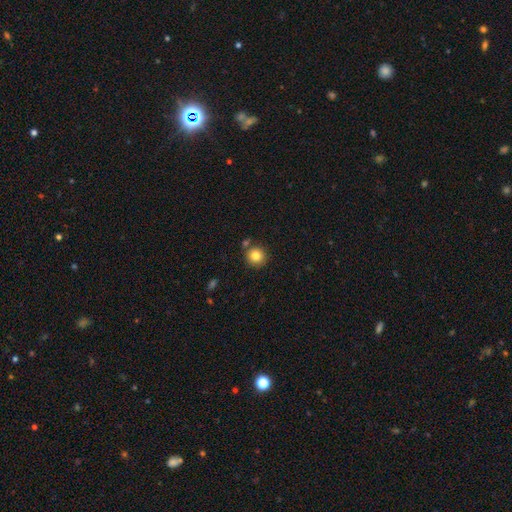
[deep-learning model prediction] A smooth galaxy with no disk features (82%) that is round (93%).

Vote fractions:
- Smooth or featured? smooth: 82% / star or artifact: 11% / featured or disk: 7%
- How rounded? round: 93% / in between: 6% / cigar-shaped: 1%
- Merging? none: 81% / merger: 9% / minor disturbance: 8% / major disturbance: 2%